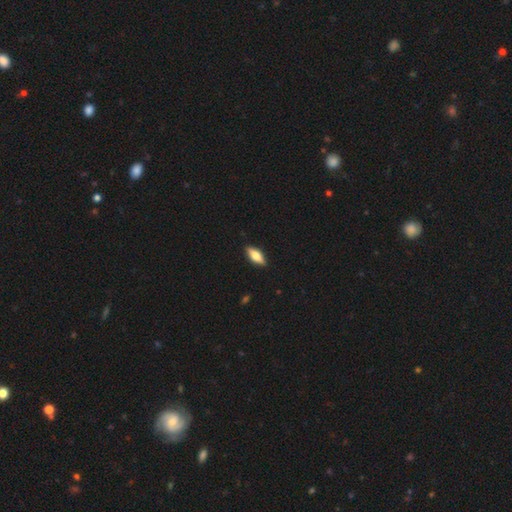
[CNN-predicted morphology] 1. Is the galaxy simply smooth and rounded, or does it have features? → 67% smooth, 27% featured or disk, 6% star or artifact.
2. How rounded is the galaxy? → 75% in between, 22% cigar-shaped, 3% round.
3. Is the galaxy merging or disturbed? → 89% none, 8% minor disturbance, 2% major disturbance, 1% merger.